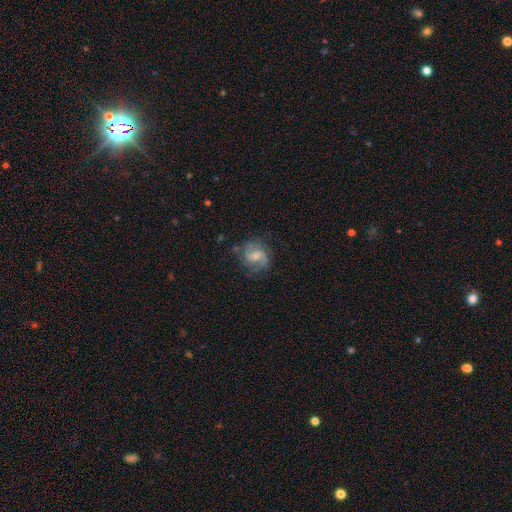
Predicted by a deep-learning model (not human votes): Smooth or featured: featured or disk — 80% (smooth — 13%)
Edge-on disk: no — 98% (yes — 2%)
Bar: weak — 47% (no — 44%)
Spiral arms: yes — 96% (no — 4%)
Spiral winding: medium — 54% (tight — 25%)
Spiral arm count: 2 — 86% (can't tell — 6%)
Bulge size: small — 45% (moderate — 38%)
Merging: none — 72% (minor disturbance — 17%)